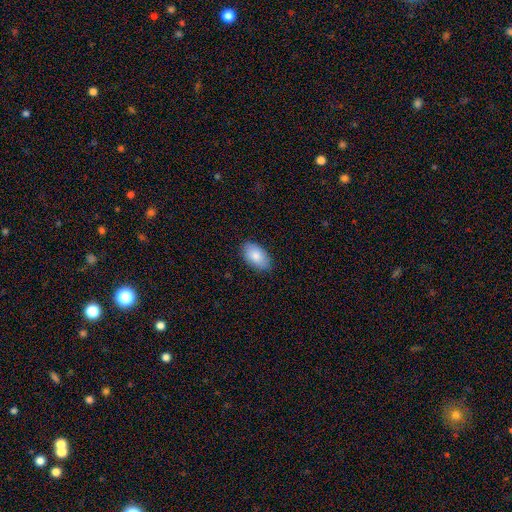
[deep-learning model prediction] Smooth or featured? smooth (85%)
How rounded? in between (94%)
Merging? none (85%)